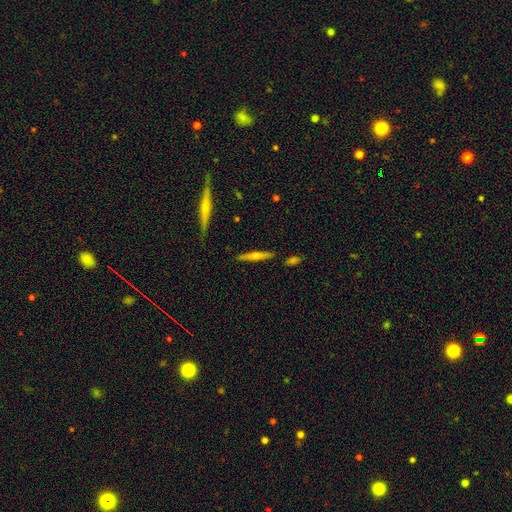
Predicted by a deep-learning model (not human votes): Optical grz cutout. It shows a featured or disk galaxy (50%). Merging: none (84%).